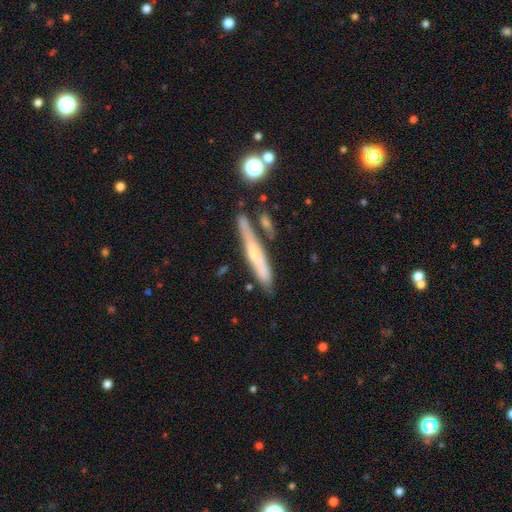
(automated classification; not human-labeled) Smooth or featured? Predicted: featured or disk (p=0.48). Merging? Predicted: none (p=0.69).